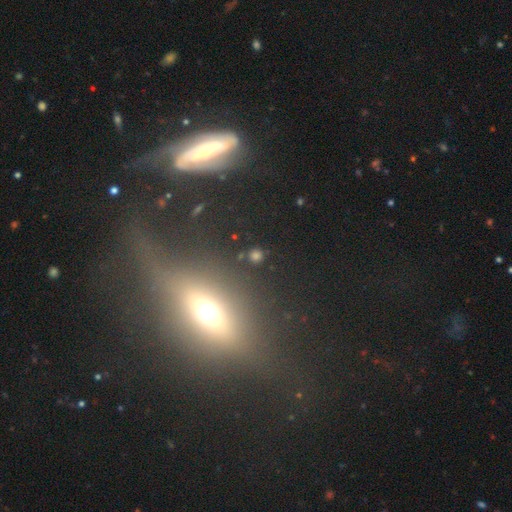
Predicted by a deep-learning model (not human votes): Smooth or featured?
  - smooth: 46% *
  - star or artifact: 39%
  - featured or disk: 15%
Merging?
  - none: 84% *
  - minor disturbance: 8%
  - major disturbance: 4%
  - merger: 4%